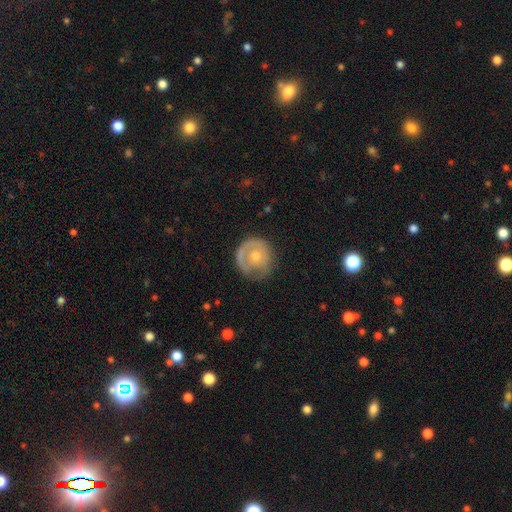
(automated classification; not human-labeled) The model was most divided on "smooth or featured": featured or disk: 51%, smooth: 43%, star or artifact: 6%. More confident: edge-on disk — no (97%); merging — none (60%).